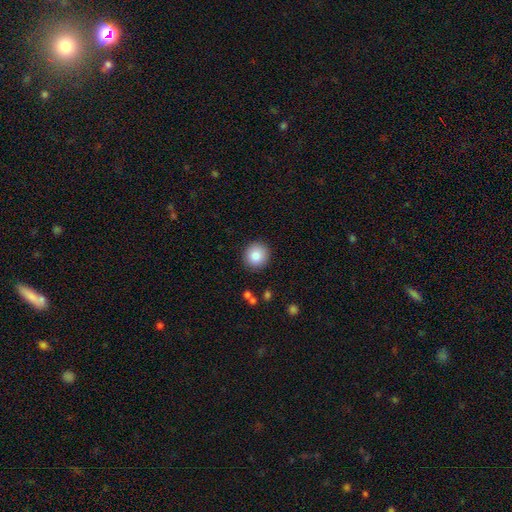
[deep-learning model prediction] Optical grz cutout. It shows a smooth galaxy with no disk features (84%) that is round (92%). Merging: none (90%).